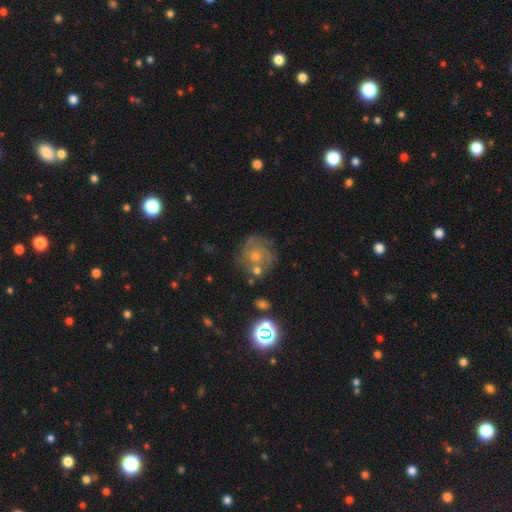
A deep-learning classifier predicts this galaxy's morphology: The model was most divided on "bulge size": moderate: 46%, small: 45%, none: 4%, large: 3%, dominant: 1%. More confident: edge-on disk — no (97%); spiral arms — yes (83%); bar — no (80%); merging — none (69%); smooth or featured — featured or disk (60%).